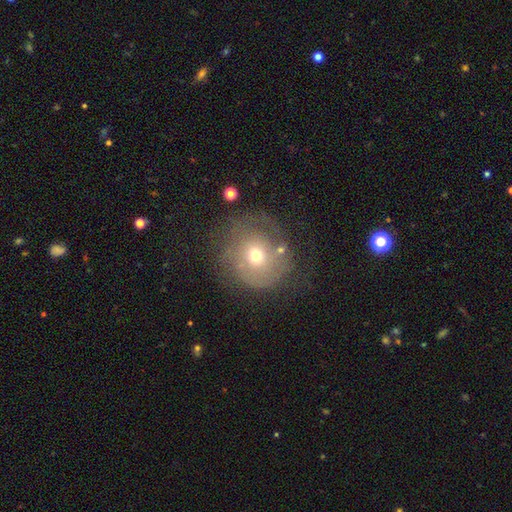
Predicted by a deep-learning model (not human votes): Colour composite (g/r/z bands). It shows a smooth galaxy with no disk features (49%). Merging: none (51%).